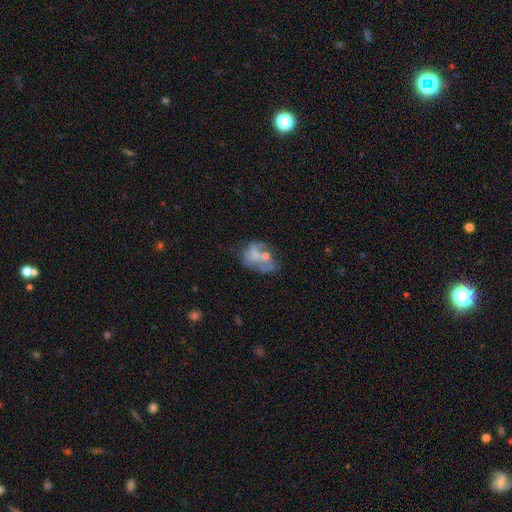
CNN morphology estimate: Smooth or featured: featured or disk — 55% (smooth — 34%)
Edge-on disk: no — 98% (yes — 2%)
Bar: no — 80% (weak — 16%)
Spiral arms: no — 71% (yes — 29%)
Bulge size: none — 41% (small — 28%)
Merging: none — 34% (major disturbance — 29%)